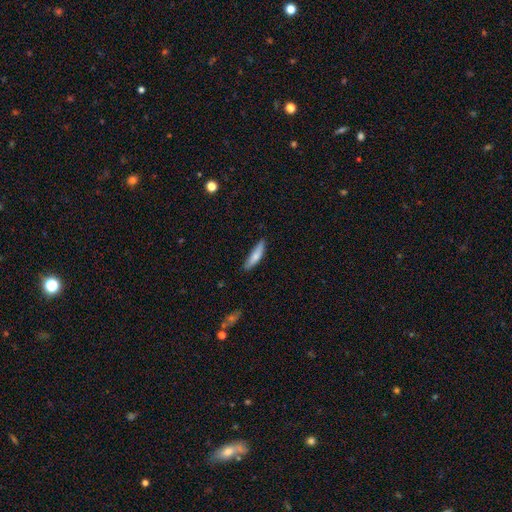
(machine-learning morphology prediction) smooth-or-featured: smooth: 78% | featured or disk: 16% | star or artifact: 6%
  how-rounded: cigar-shaped: 75% | in between: 24% | round: 1%
  merging: none: 77% | minor disturbance: 19% | major disturbance: 3% | merger: 2%